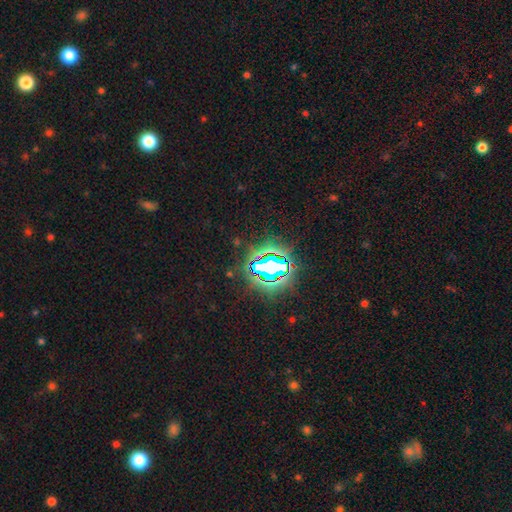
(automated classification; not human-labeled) smooth_or_featured: star or artifact (p=0.80) [alt: smooth p=0.11]